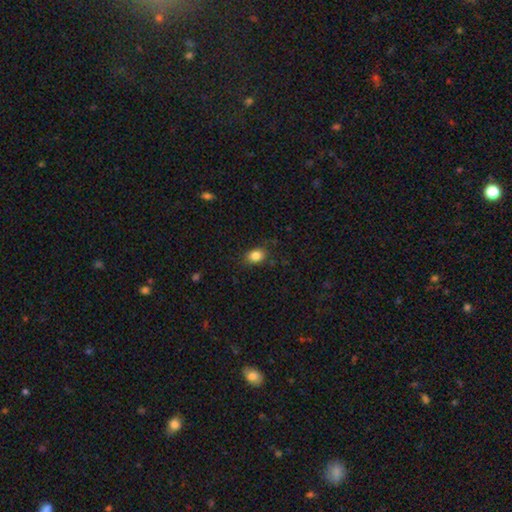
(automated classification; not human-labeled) Q: Smooth or featured?
A: smooth (85%); runner-up: star or artifact (10%)
Q: How rounded?
A: in between (64%); runner-up: round (35%)
Q: Merging?
A: none (84%); runner-up: minor disturbance (12%)